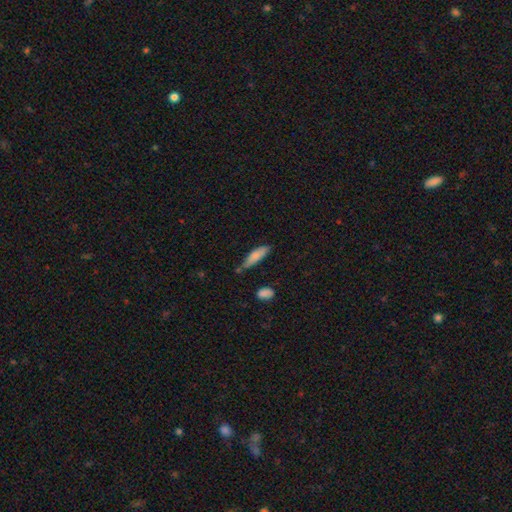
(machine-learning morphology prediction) smooth-or-featured: smooth: 79% | featured or disk: 14% | star or artifact: 7%
  how-rounded: cigar-shaped: 58% | in between: 40% | round: 2%
  merging: none: 58% | minor disturbance: 29% | merger: 7% | major disturbance: 6%